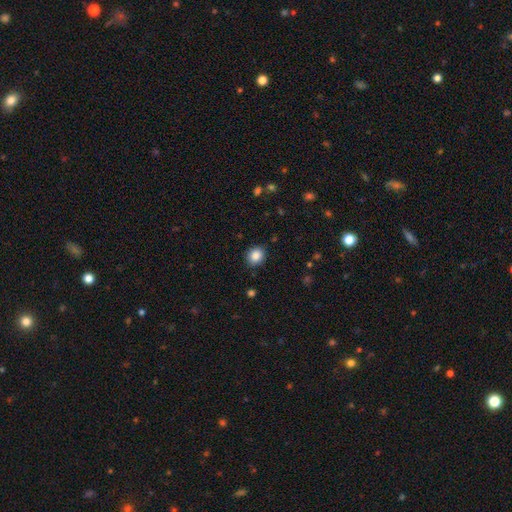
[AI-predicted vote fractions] Smooth or featured? smooth (86%)
How rounded? round (81%)
Merging? none (89%)